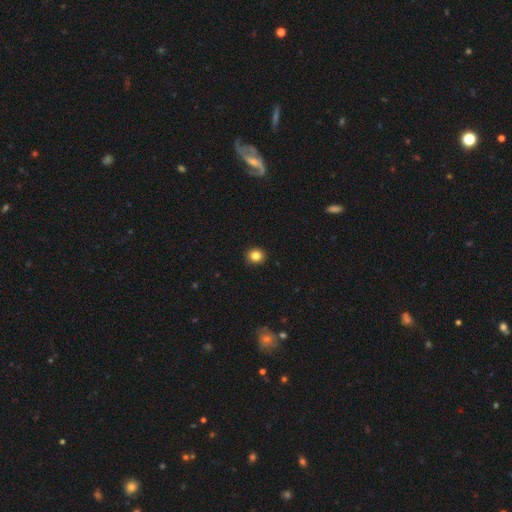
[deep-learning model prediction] This appears to be a smooth galaxy with no disk features (84%) that is round (85%). Merging: none (92%).